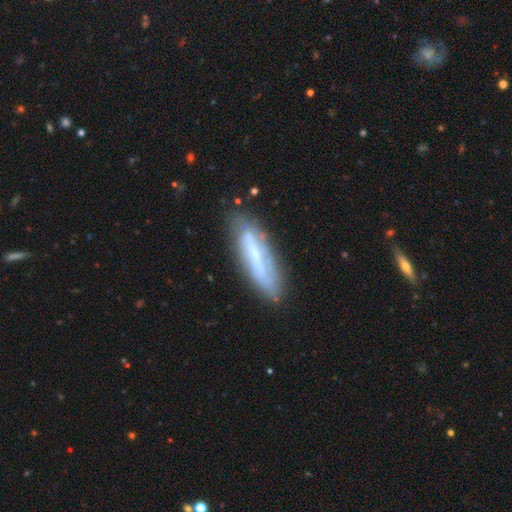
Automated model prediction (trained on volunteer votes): A featured or disk galaxy (51%). Merging: none (76%).